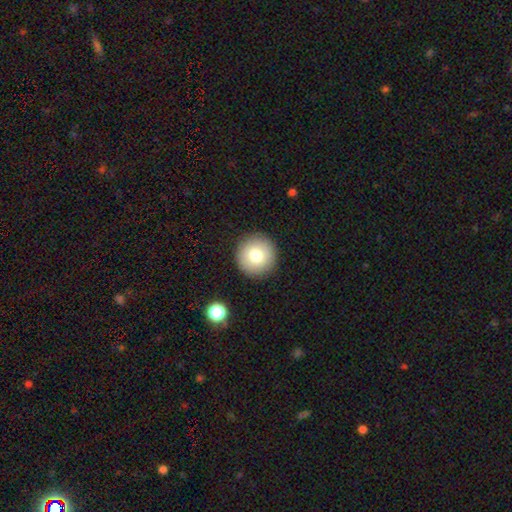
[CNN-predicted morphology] This is likely a smooth galaxy (76%). How rounded: clearly round (95%). Merging: clearly none (91%).